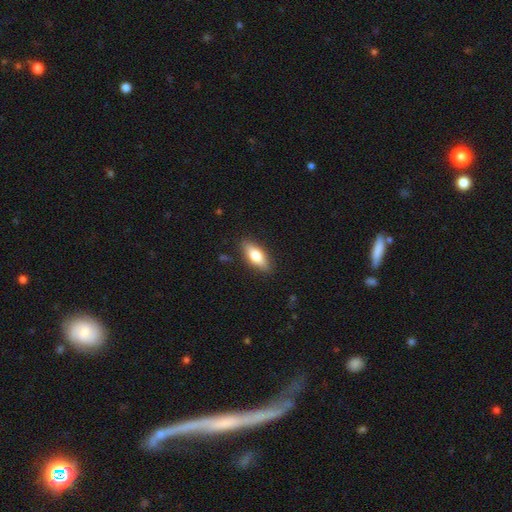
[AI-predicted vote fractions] smooth 72%, featured or disk 22%, star or artifact 6%. Down the decision tree: how rounded — in between (73%); merging — none (87%).